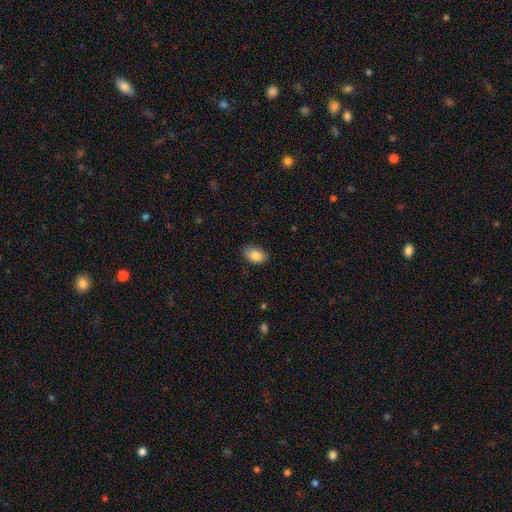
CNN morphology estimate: type=smooth (85%); roundness=in between (89%); merging=none (84%).